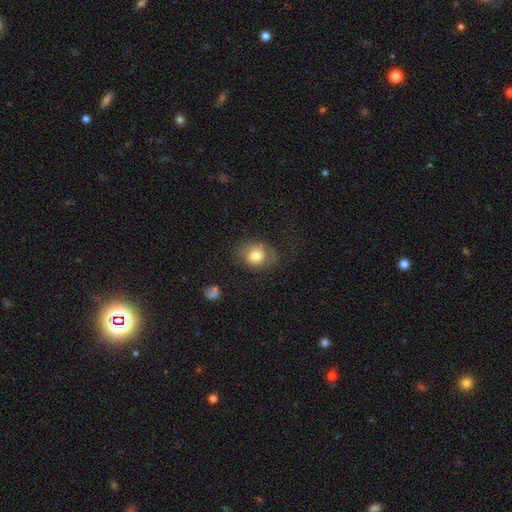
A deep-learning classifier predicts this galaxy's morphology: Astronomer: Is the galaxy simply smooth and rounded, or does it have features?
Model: smooth — 75%.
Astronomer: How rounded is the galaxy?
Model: in between — 51% (runner-up: round, 48%).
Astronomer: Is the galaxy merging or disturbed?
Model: none — 61%.